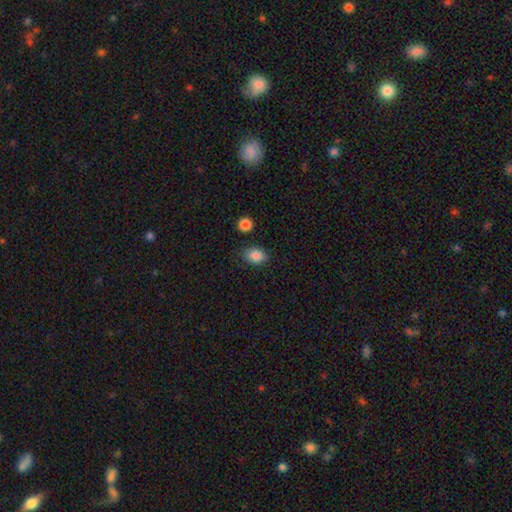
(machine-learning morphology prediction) Smooth or featured? Predicted: smooth (p=0.87). How rounded? Predicted: in between (p=0.69). Merging? Predicted: none (p=0.81).